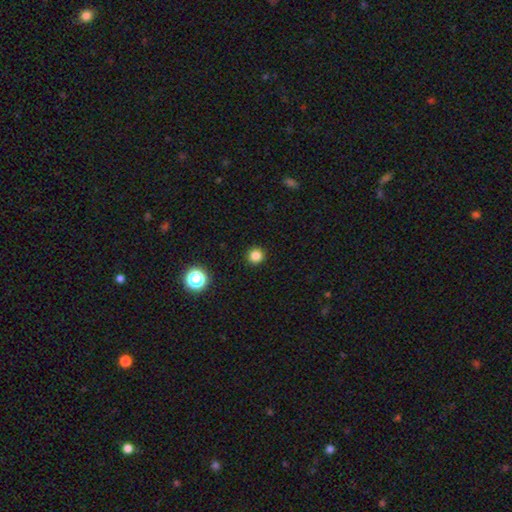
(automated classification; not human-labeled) Smooth or featured?
  - smooth: 83% *
  - star or artifact: 14%
  - featured or disk: 3%
How rounded?
  - round: 95% *
  - in between: 4%
  - cigar-shaped: 1%
Merging?
  - none: 93% *
  - minor disturbance: 4%
  - major disturbance: 2%
  - merger: 1%